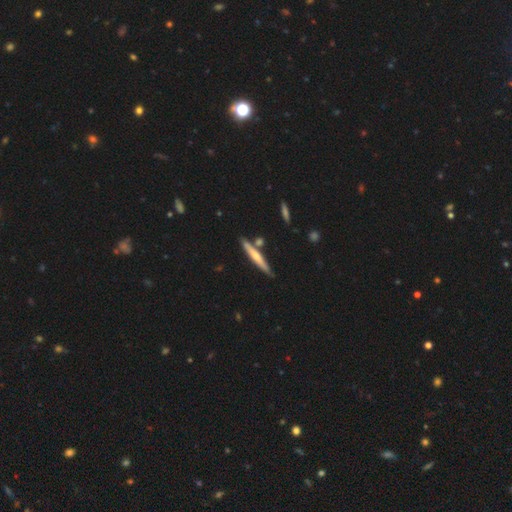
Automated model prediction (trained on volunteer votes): Smooth or featured?
  - featured or disk: 49% *
  - smooth: 45%
  - star or artifact: 5%
Merging?
  - none: 79% *
  - minor disturbance: 11%
  - merger: 8%
  - major disturbance: 2%